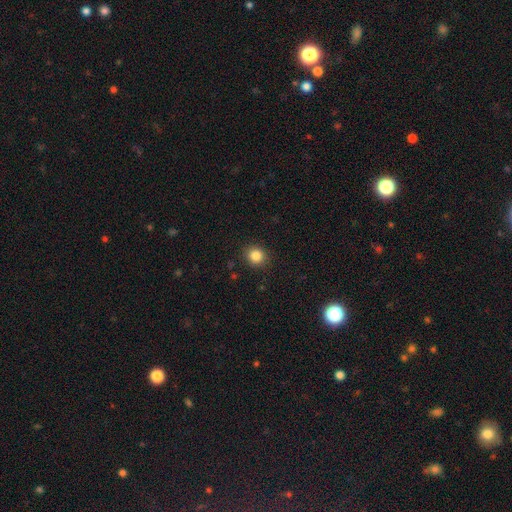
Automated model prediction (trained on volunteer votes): Smooth or featured?
  - smooth: 84% *
  - star or artifact: 11%
  - featured or disk: 5%
How rounded?
  - round: 84% *
  - in between: 15%
  - cigar-shaped: 1%
Merging?
  - none: 90% *
  - minor disturbance: 7%
  - major disturbance: 2%
  - merger: 1%